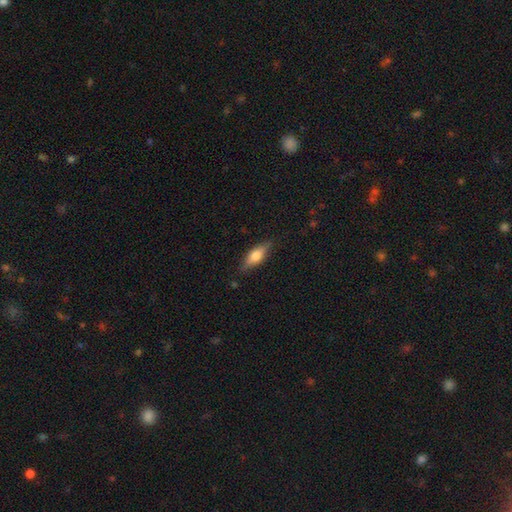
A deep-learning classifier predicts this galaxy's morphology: Smooth or featured? Predicted: smooth (p=0.55). How rounded? Predicted: in between (p=0.58). Merging? Predicted: none (p=0.83).